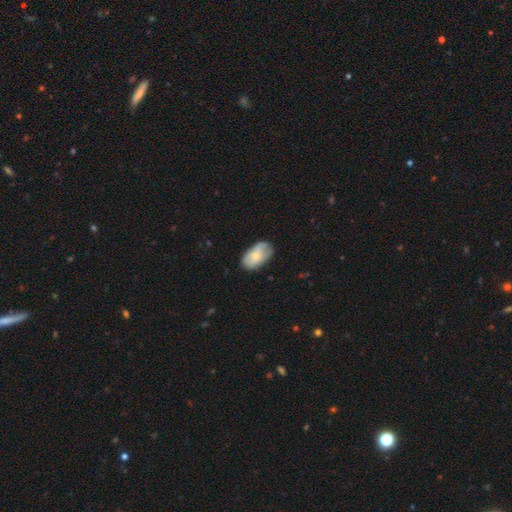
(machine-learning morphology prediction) smooth 66%, featured or disk 28%, star or artifact 6%. Down the decision tree: how rounded — in between (93%); merging — none (66%).